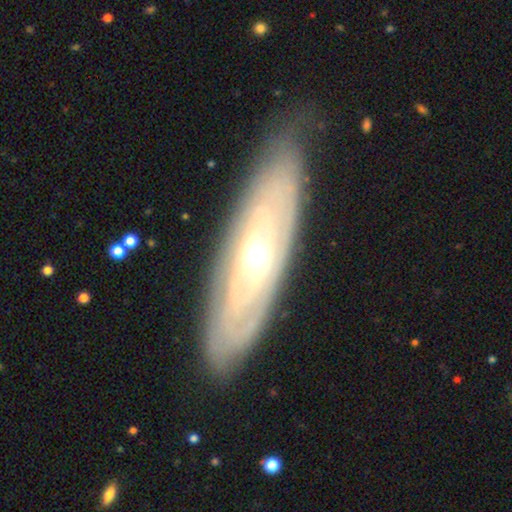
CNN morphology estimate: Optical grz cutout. It shows a featured or disk galaxy (79%) with no bar (55%), spiral arms (77%) and a moderate central bulge (60%). Merging: none (80%).